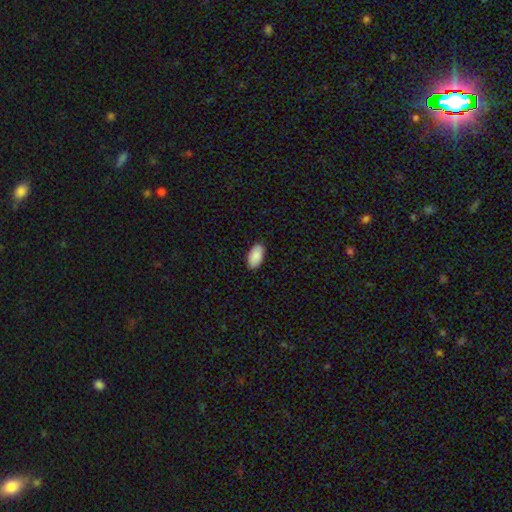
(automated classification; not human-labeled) smooth 90%, star or artifact 6%, featured or disk 4%. Down the decision tree: how rounded — in between (96%); merging — none (89%).